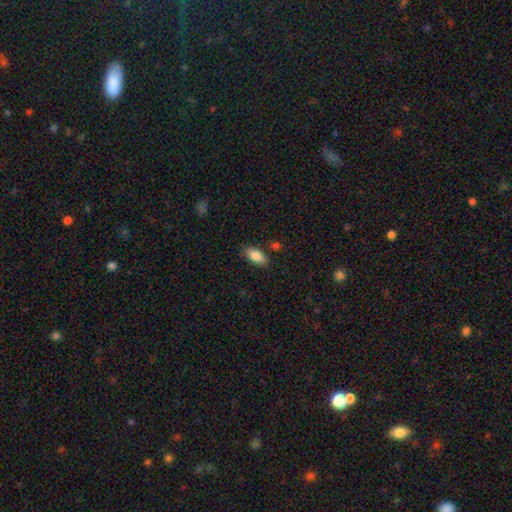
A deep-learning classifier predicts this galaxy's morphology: This is clearly a smooth galaxy (86%). How rounded: clearly in between (91%). Merging: clearly none (81%).